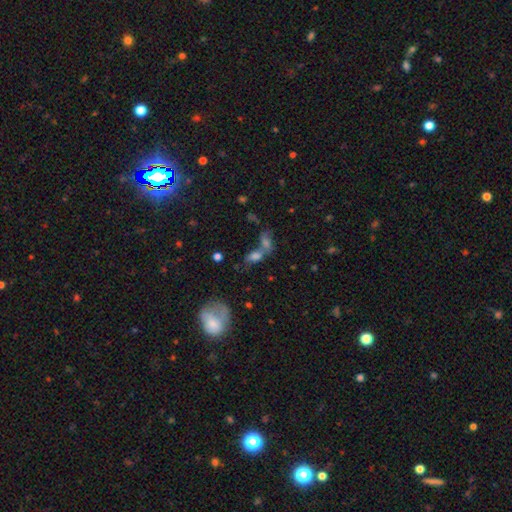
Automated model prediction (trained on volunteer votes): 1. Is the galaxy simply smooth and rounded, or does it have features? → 66% smooth, 18% star or artifact, 16% featured or disk.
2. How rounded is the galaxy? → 78% in between, 14% round, 8% cigar-shaped.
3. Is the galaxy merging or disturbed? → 51% merger, 31% none, 10% minor disturbance, 8% major disturbance.